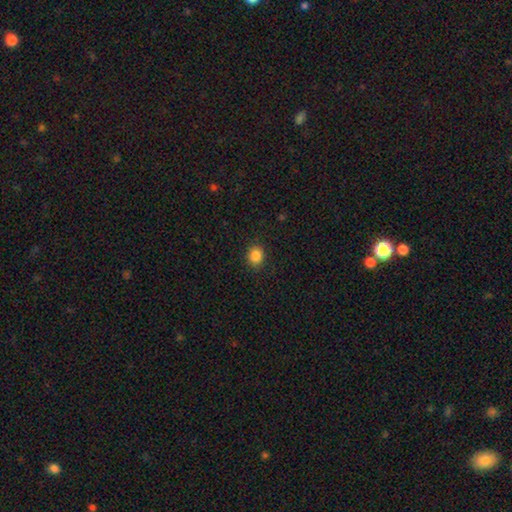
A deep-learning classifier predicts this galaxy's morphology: A smooth galaxy with no disk features (85%) that is round (68%).

Vote fractions:
- Smooth or featured? smooth: 85% / star or artifact: 11% / featured or disk: 4%
- How rounded? round: 68% / in between: 31% / cigar-shaped: 1%
- Merging? none: 89% / minor disturbance: 8% / major disturbance: 2% / merger: 1%